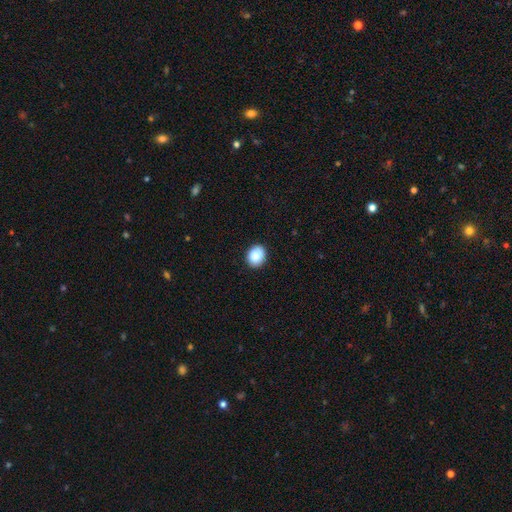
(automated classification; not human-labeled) Smooth or featured: smooth — 86% (star or artifact — 8%)
How rounded: round — 50% (in between — 49%)
Merging: none — 89% (minor disturbance — 8%)